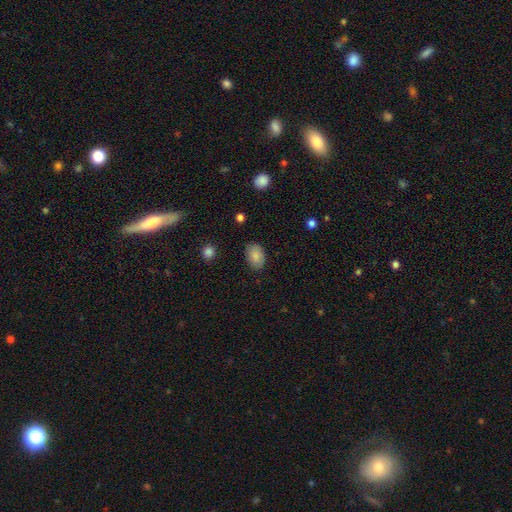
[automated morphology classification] The model was most divided on "merging": none: 83%, minor disturbance: 13%, major disturbance: 3%, merger: 1%. More confident: how rounded — in between (86%); smooth or featured — smooth (85%).